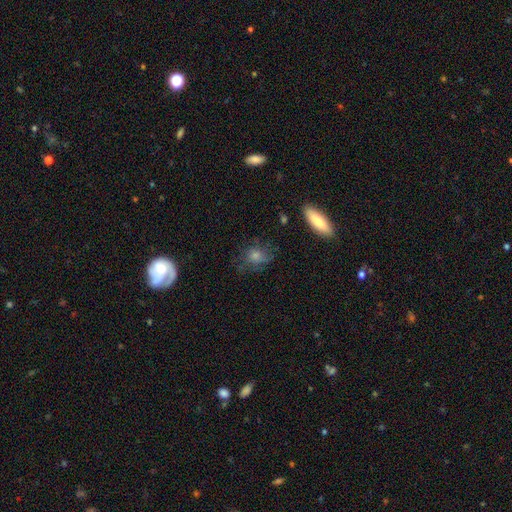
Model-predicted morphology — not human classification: A smooth galaxy with no disk features (51%) that is round (54%).

Vote fractions:
- Smooth or featured? smooth: 51% / featured or disk: 33% / star or artifact: 16%
- How rounded? round: 54% / in between: 43% / cigar-shaped: 4%
- Merging? none: 66% / minor disturbance: 20% / major disturbance: 11% / merger: 3%